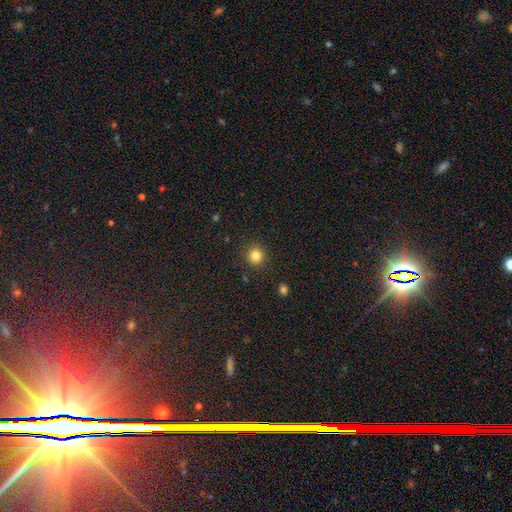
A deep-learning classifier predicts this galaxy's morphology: The model was most divided on "smooth or featured": smooth: 83%, star or artifact: 12%, featured or disk: 5%. More confident: how rounded — round (92%); merging — none (90%).